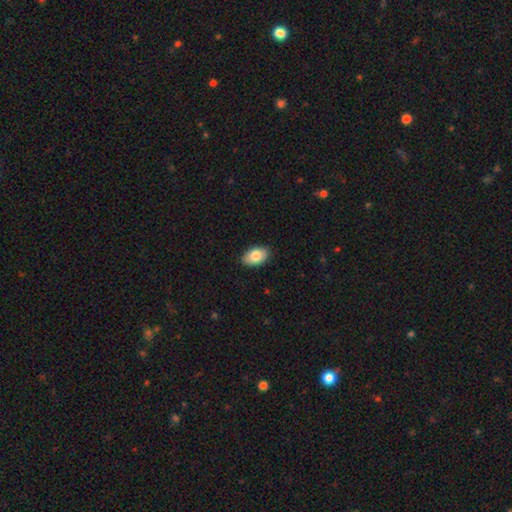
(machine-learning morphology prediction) Smooth or featured: smooth — 82% (featured or disk — 11%)
How rounded: in between — 92% (round — 7%)
Merging: none — 87% (minor disturbance — 10%)